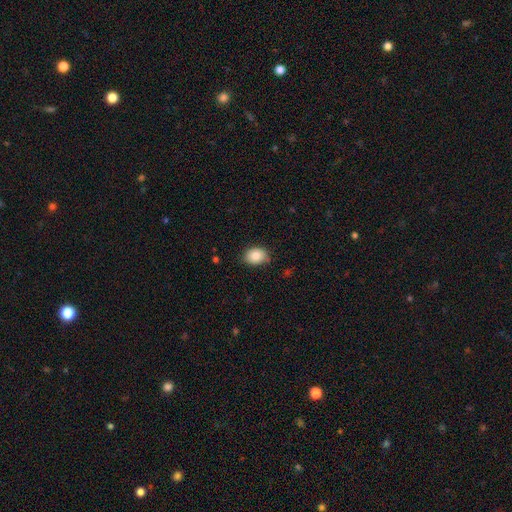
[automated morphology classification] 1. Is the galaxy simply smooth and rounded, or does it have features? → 84% smooth, 8% star or artifact, 8% featured or disk.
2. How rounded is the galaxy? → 62% in between, 37% round, 1% cigar-shaped.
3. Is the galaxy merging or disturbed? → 81% none, 16% minor disturbance, 3% major disturbance, 1% merger.